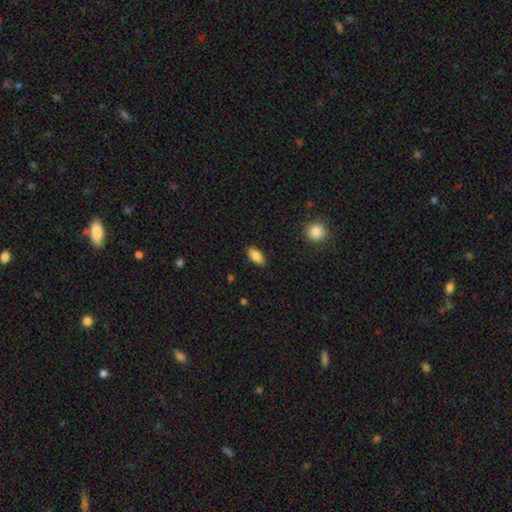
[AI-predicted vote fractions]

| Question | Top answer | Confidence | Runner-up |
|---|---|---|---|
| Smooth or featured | smooth | 85% | featured or disk (8%) |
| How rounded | in between | 89% | cigar-shaped (8%) |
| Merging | none | 87% | minor disturbance (10%) |